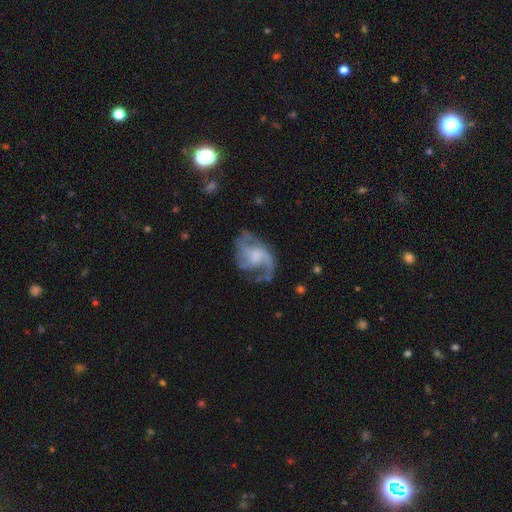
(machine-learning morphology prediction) Smooth or featured?
  - featured or disk: 85% *
  - smooth: 9%
  - star or artifact: 6%
Edge-on disk?
  - no: 98% *
  - yes: 2%
Bar?
  - no: 50% *
  - weak: 42%
  - strong: 9%
Spiral arms?
  - yes: 95% *
  - no: 5%
Spiral winding?
  - medium: 48% *
  - loose: 38%
  - tight: 14%
Spiral arm count?
  - 2: 42% *
  - 3: 28%
  - can't tell: 11%
  - 1: 9%
  - 4: 6%
  - more than 4: 4%
Bulge size?
  - moderate: 33% *
  - none: 29%
  - small: 25%
  - large: 11%
  - dominant: 2%
Merging?
  - none: 56% *
  - major disturbance: 22%
  - minor disturbance: 19%
  - merger: 2%